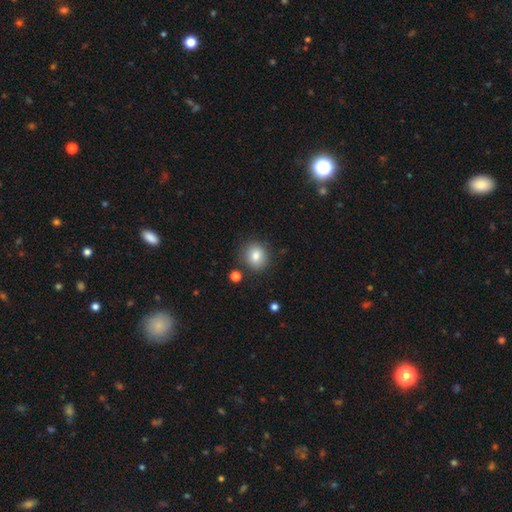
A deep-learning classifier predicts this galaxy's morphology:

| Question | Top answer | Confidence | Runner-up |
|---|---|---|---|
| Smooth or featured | smooth | 82% | star or artifact (10%) |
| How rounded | round | 79% | in between (20%) |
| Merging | none | 84% | minor disturbance (10%) |